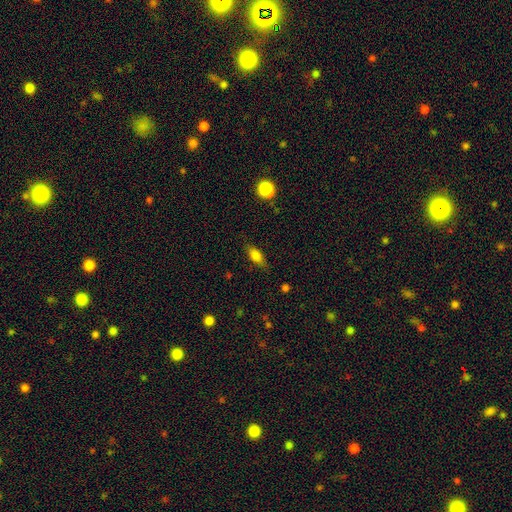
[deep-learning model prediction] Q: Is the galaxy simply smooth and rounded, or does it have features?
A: smooth — 77%.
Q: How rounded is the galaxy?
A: in between — 76%.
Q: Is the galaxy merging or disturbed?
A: none — 78%.